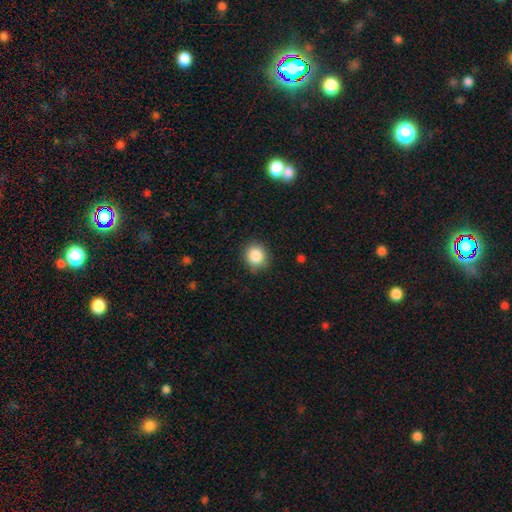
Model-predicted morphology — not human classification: Smooth or featured? Predicted: smooth (p=0.86). How rounded? Predicted: round (p=0.80). Merging? Predicted: none (p=0.84).